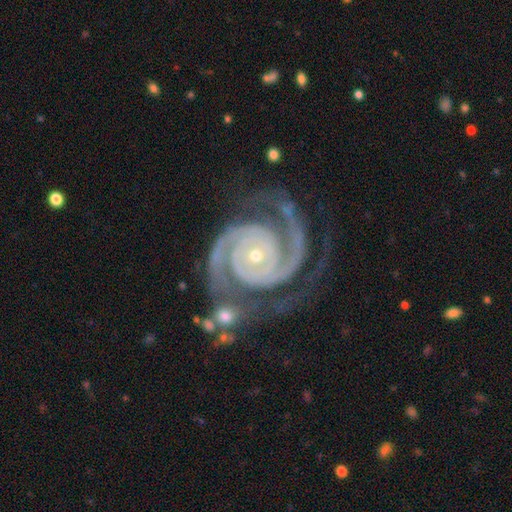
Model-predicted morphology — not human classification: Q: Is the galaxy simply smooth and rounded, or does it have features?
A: featured or disk — 94%.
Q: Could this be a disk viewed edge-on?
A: no — 98%.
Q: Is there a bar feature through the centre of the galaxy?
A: no — 76%.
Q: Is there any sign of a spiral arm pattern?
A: yes — 99%.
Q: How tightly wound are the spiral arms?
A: tight — 71%.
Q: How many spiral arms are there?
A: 2 — 88%.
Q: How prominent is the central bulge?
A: small — 75%.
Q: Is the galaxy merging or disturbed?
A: none — 67%.